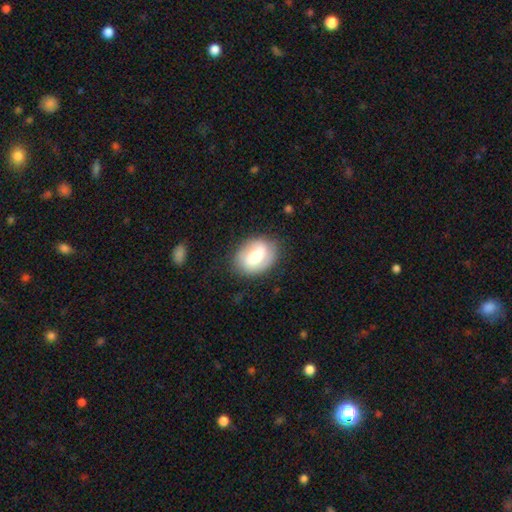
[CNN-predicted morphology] Smooth or featured? smooth (48%)
Merging? none (79%)